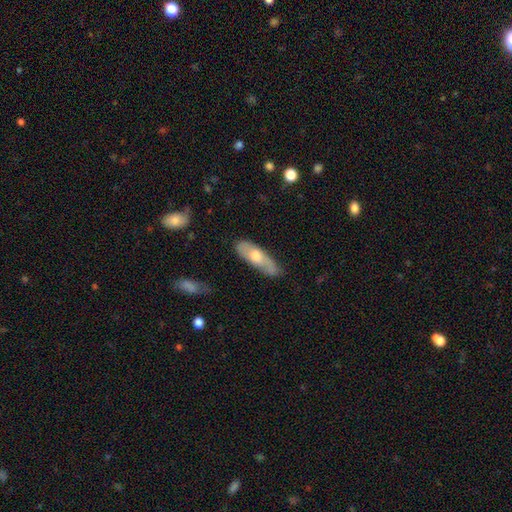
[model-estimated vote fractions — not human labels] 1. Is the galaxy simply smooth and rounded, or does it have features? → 54% smooth, 41% featured or disk, 5% star or artifact.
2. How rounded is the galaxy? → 53% in between, 45% cigar-shaped, 2% round.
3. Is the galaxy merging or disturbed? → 73% none, 21% minor disturbance, 4% major disturbance, 2% merger.